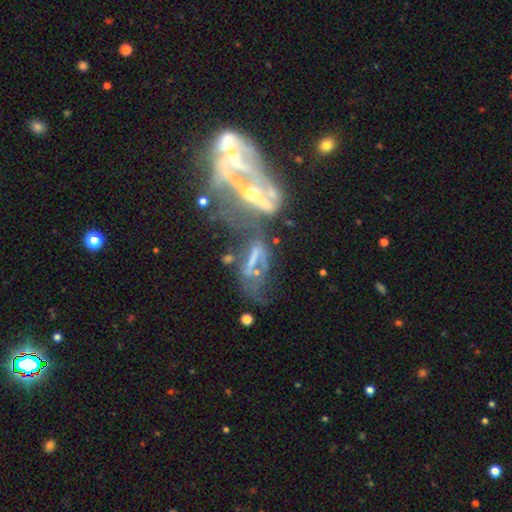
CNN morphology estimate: Smooth or featured: featured or disk — 66% (star or artifact — 20%)
Edge-on disk: no — 79% (yes — 21%)
Bar: no — 57% (strong — 22%)
Spiral arms: no — 61% (yes — 39%)
Bulge size: small — 35% (moderate — 32%)
Merging: merger — 57% (major disturbance — 23%)